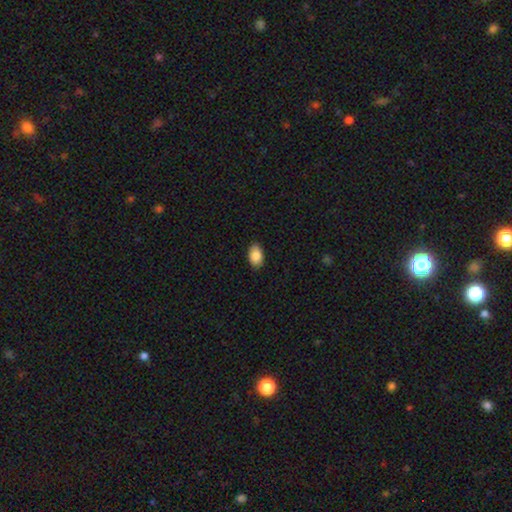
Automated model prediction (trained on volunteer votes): Overall: smooth (88%). How rounded: in between (91%). Merging: none (89%).